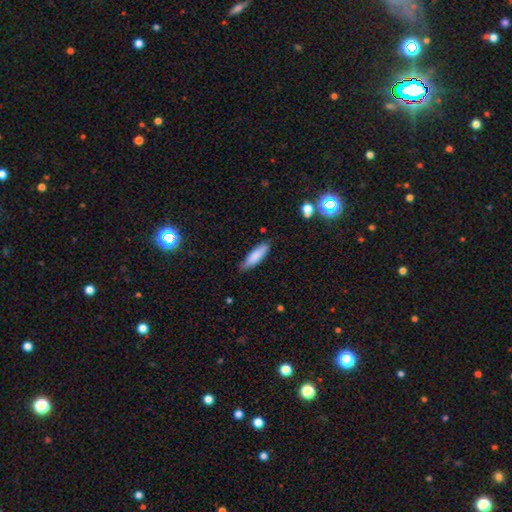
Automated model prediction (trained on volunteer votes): smooth 83%, featured or disk 11%, star or artifact 6%. Down the decision tree: how rounded — cigar-shaped (60%); merging — none (80%).